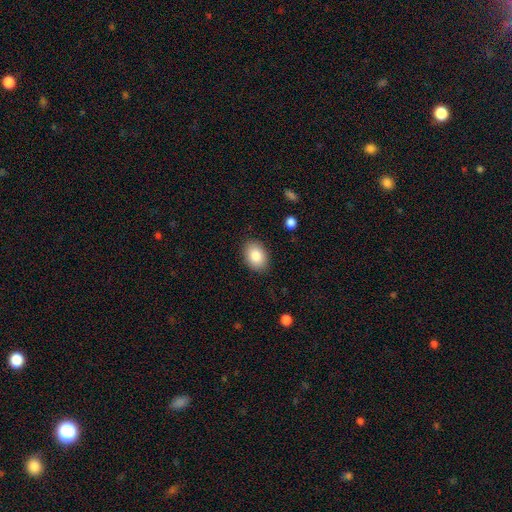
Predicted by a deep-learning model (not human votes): This is clearly a smooth galaxy (85%). How rounded: clearly in between (81%). Merging: clearly none (87%).